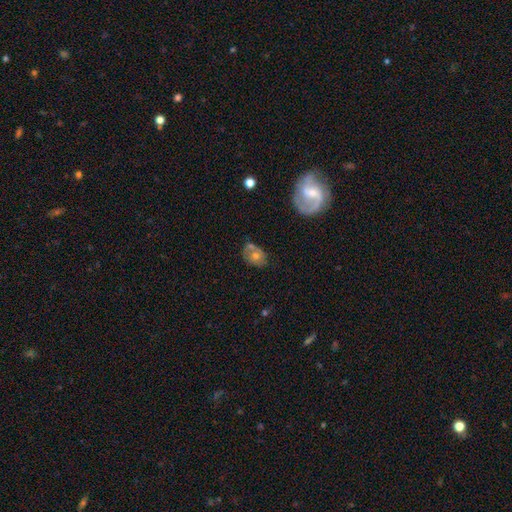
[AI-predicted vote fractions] featured or disk 46%, smooth 43%, star or artifact 11%. Down the decision tree: merging — none (52%).